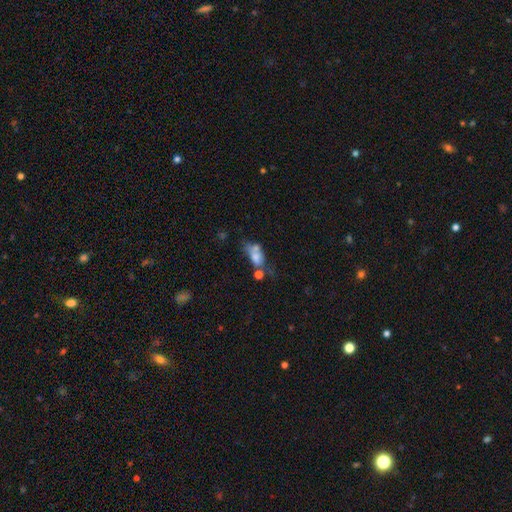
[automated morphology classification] smooth 65%, featured or disk 23%, star or artifact 12%. Down the decision tree: how rounded — in between (78%); merging — merger (45%).